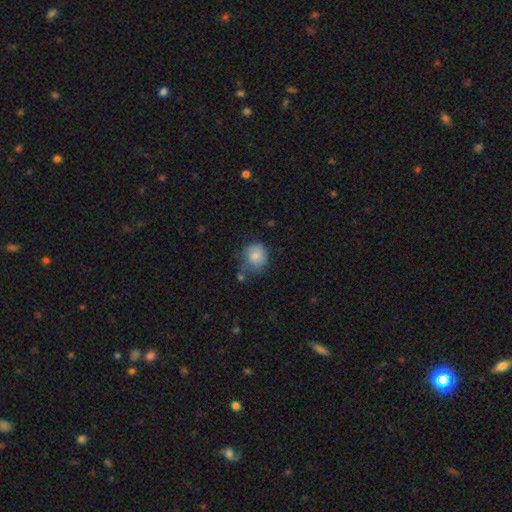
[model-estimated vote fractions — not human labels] smooth 75%, featured or disk 16%, star or artifact 9%. Down the decision tree: how rounded — round (78%); merging — none (52%).